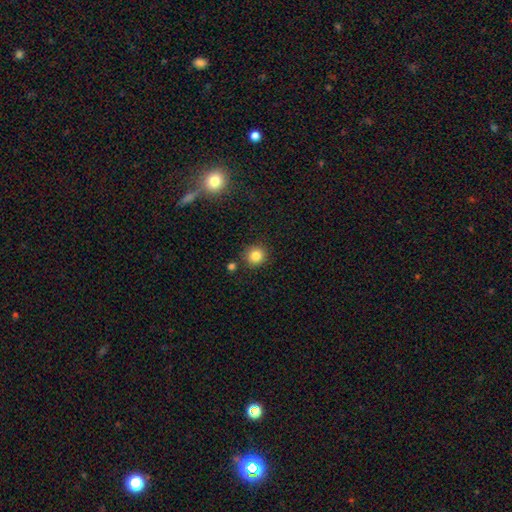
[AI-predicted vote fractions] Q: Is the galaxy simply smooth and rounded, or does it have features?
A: smooth — 84%.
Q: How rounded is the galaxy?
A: round — 90%.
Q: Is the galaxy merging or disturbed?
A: none — 85%.